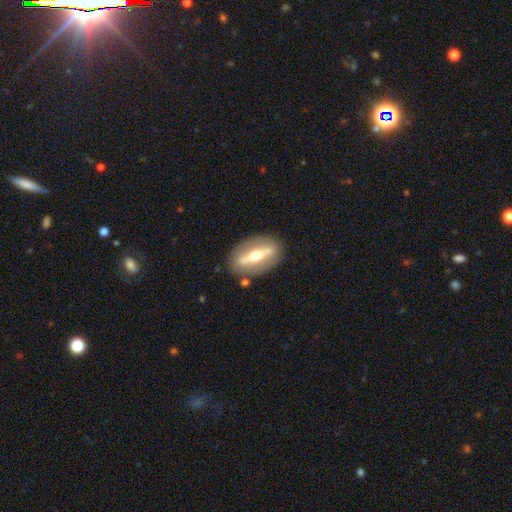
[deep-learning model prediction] Q: Smooth or featured?
A: featured or disk (67%); runner-up: smooth (27%)
Q: Edge-on disk?
A: yes (51%); runner-up: no (49%)
Q: Merging?
A: none (84%); runner-up: minor disturbance (10%)